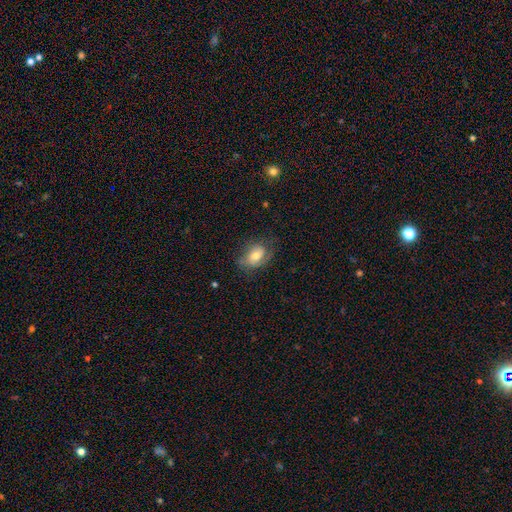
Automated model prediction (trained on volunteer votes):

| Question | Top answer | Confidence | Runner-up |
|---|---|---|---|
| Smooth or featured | smooth | 55% | featured or disk (37%) |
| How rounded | in between | 75% | round (24%) |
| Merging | none | 60% | minor disturbance (25%) |